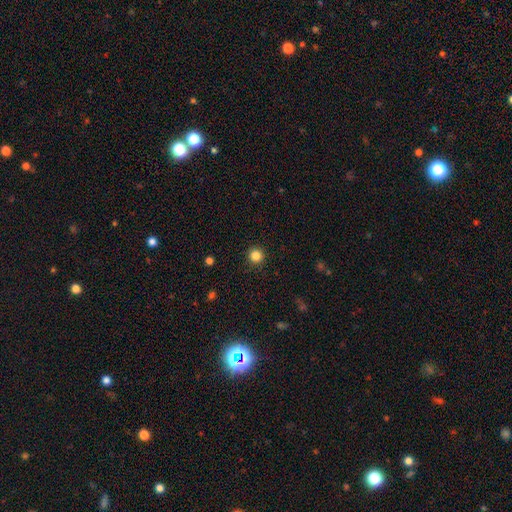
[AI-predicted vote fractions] smooth-or-featured: smooth: 84% | star or artifact: 11% | featured or disk: 4%
  how-rounded: round: 95% | in between: 4% | cigar-shaped: 1%
  merging: none: 92% | minor disturbance: 5% | major disturbance: 2% | merger: 1%